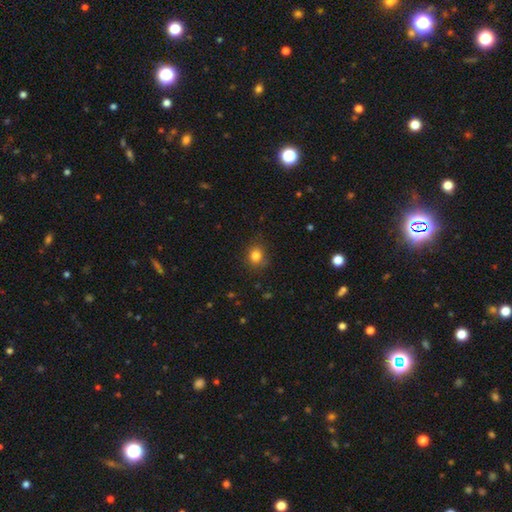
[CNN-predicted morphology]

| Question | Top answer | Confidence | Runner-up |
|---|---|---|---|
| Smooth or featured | smooth | 82% | star or artifact (12%) |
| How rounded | round | 76% | in between (23%) |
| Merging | none | 81% | minor disturbance (14%) |